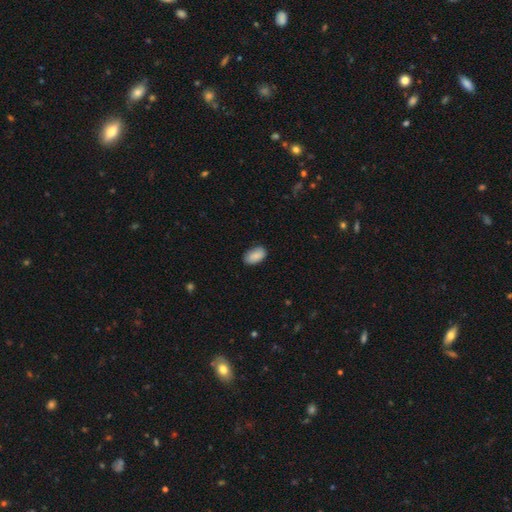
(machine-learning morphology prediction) This is clearly a smooth galaxy (87%). How rounded: clearly in between (93%). Merging: clearly none (81%).